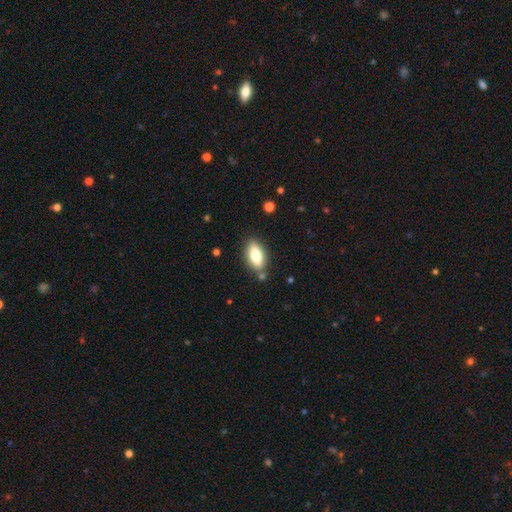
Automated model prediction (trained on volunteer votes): smooth-or-featured: smooth: 73% | featured or disk: 20% | star or artifact: 7%
  how-rounded: in between: 85% | cigar-shaped: 12% | round: 3%
  merging: none: 81% | minor disturbance: 12% | merger: 5% | major disturbance: 3%